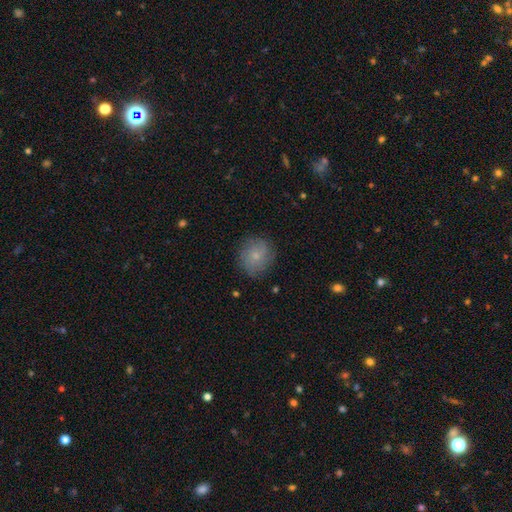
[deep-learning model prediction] Overall: smooth (64%; featured or disk 26%). How rounded: round (81%). Merging: none (79%).